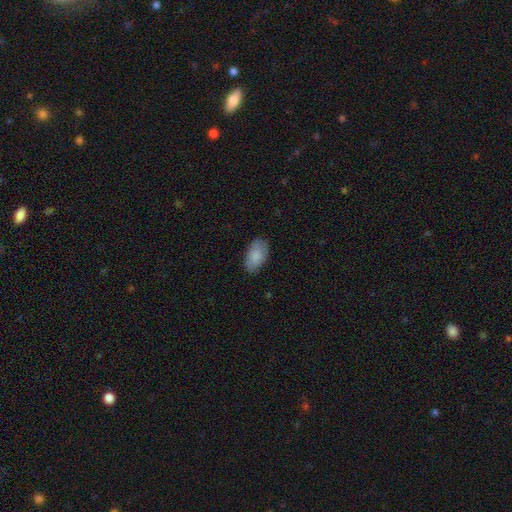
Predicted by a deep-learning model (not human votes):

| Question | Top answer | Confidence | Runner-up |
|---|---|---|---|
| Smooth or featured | smooth | 87% | featured or disk (7%) |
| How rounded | in between | 94% | round (4%) |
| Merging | none | 81% | minor disturbance (15%) |